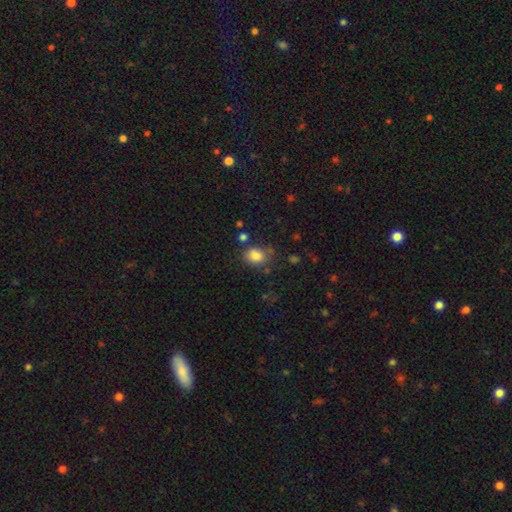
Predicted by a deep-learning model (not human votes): A smooth galaxy with no disk features (83%) that is round (52%). Merging: none (65%).